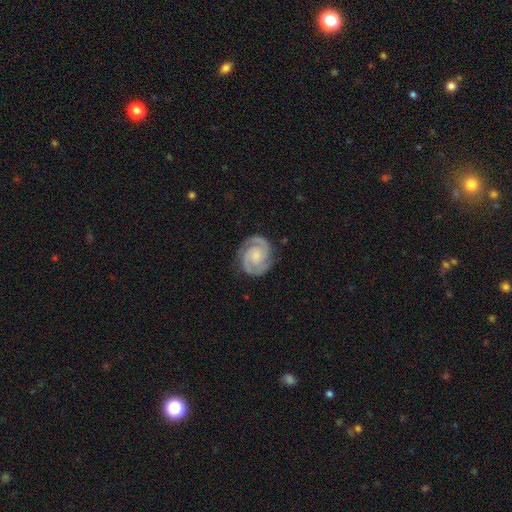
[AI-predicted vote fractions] Smooth or featured? featured or disk (91%)
Edge-on disk? no (98%)
Bar? no (64%)
Spiral arms? yes (99%)
Spiral winding? tight (63%)
Spiral arm count? 2 (92%)
Bulge size? small (42%)
Merging? none (85%)